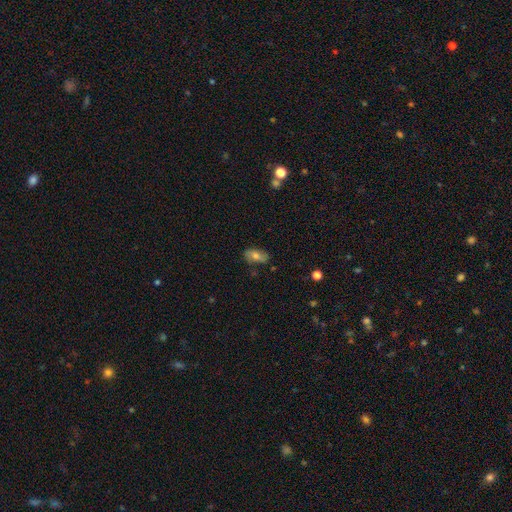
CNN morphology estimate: type=smooth (60%); roundness=in between (87%); merging=none (74%).